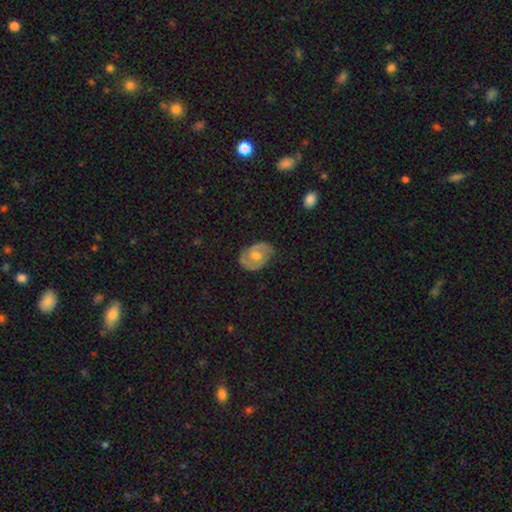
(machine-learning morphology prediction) type=featured or disk (72%); edge-on=no (97%); bar=no (57%); spiral arms=yes (83%); winding=medium (44%); arm count=2 (84%); bulge=moderate (73%); merging=none (78%).